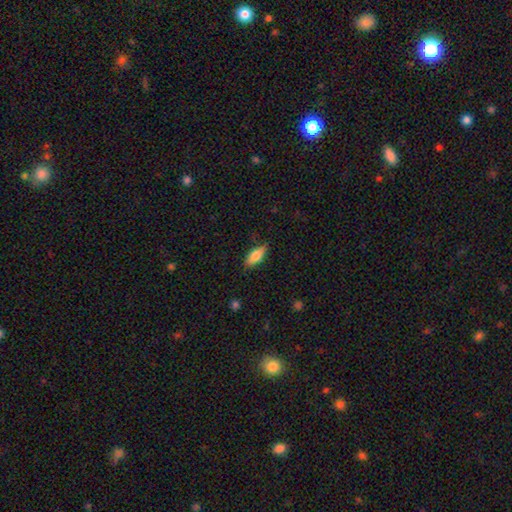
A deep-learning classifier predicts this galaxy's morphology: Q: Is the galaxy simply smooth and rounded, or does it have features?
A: smooth — 68%.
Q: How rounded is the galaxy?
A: in between — 67%.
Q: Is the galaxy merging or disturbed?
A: none — 82%.